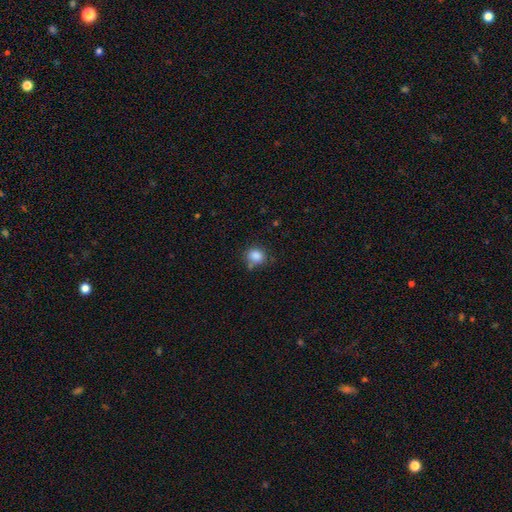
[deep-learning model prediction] A smooth galaxy with no disk features (85%) that is round (75%). Merging: none (68%).